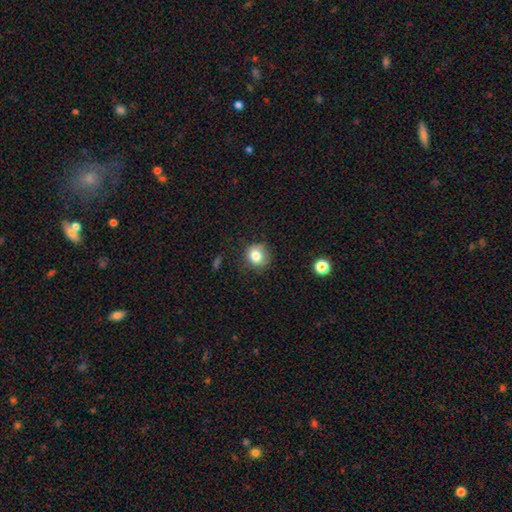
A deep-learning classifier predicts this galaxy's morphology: smooth-or-featured: smooth: 81% | star or artifact: 11% | featured or disk: 8%
  how-rounded: round: 85% | in between: 15% | cigar-shaped: 1%
  merging: none: 72% | minor disturbance: 20% | major disturbance: 5% | merger: 2%